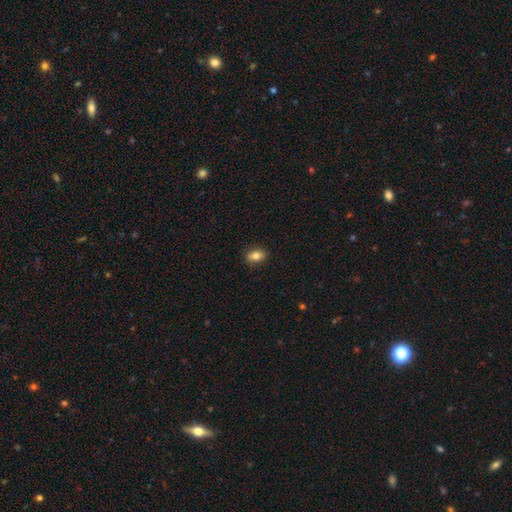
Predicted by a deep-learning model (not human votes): smooth_or_featured: smooth (p=0.82) [alt: featured or disk p=0.09]
how_rounded: in between (p=0.83) [alt: round p=0.14]
merging: none (p=0.87) [alt: minor disturbance p=0.10]